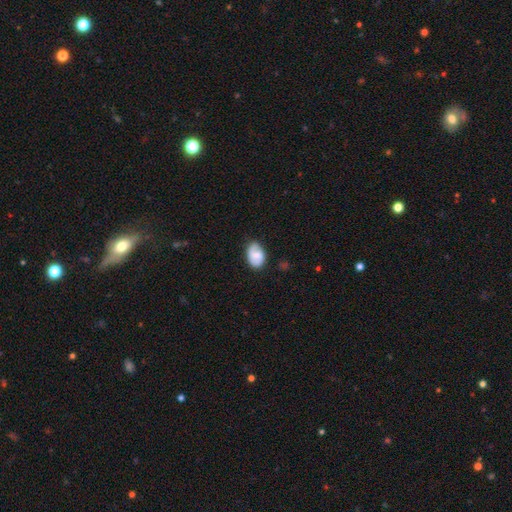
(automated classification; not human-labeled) This is possibly a smooth galaxy (49%). Merging: likely none (71%).